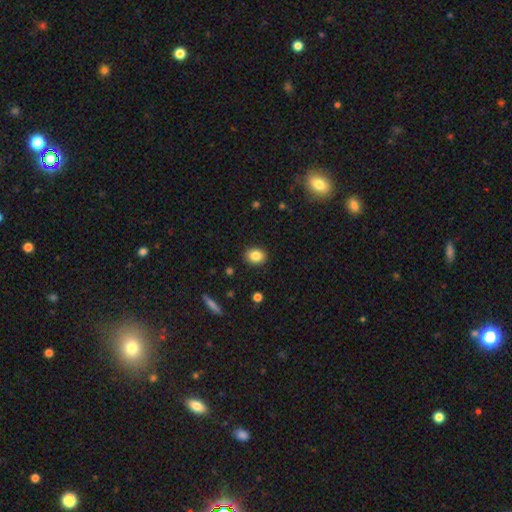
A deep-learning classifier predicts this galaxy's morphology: This appears to be a smooth galaxy with no disk features (84%) that is in between round and cigar-shaped (50%). Merging: none (90%).